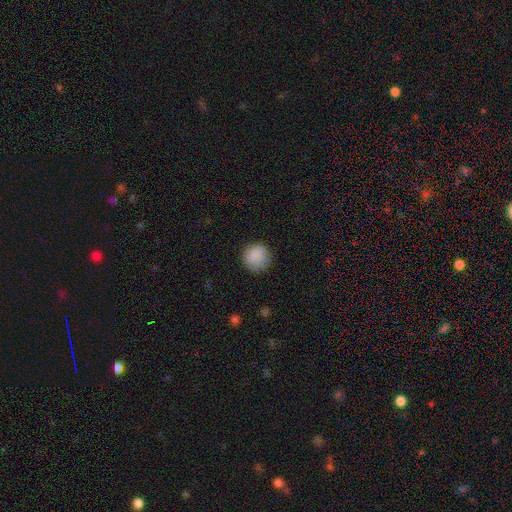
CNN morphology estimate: Smooth or featured?
  - smooth: 87% *
  - star or artifact: 8%
  - featured or disk: 5%
How rounded?
  - round: 90% *
  - in between: 9%
  - cigar-shaped: 1%
Merging?
  - none: 84% *
  - minor disturbance: 12%
  - major disturbance: 3%
  - merger: 1%